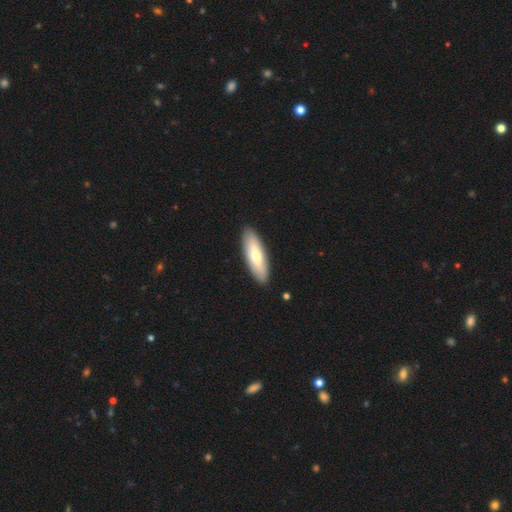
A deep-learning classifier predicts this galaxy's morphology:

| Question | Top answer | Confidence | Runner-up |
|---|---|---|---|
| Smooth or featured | smooth | 63% | featured or disk (32%) |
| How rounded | in between | 52% | cigar-shaped (46%) |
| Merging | none | 90% | minor disturbance (7%) |